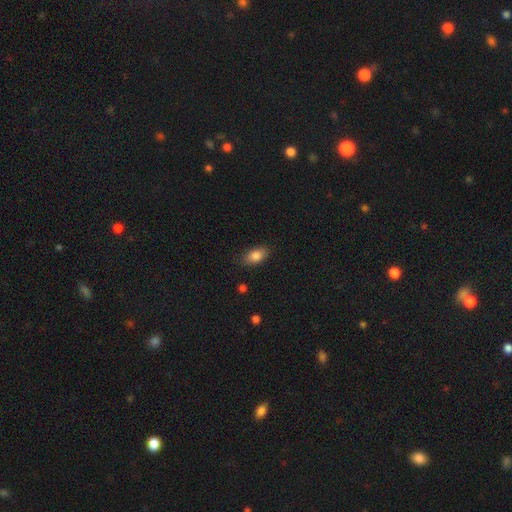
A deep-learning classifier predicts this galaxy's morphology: A smooth galaxy with no disk features (84%) that is in between round and cigar-shaped (89%).

Vote fractions:
- Smooth or featured? smooth: 84% / featured or disk: 8% / star or artifact: 8%
- How rounded? in between: 89% / round: 7% / cigar-shaped: 5%
- Merging? none: 83% / minor disturbance: 13% / major disturbance: 3% / merger: 1%